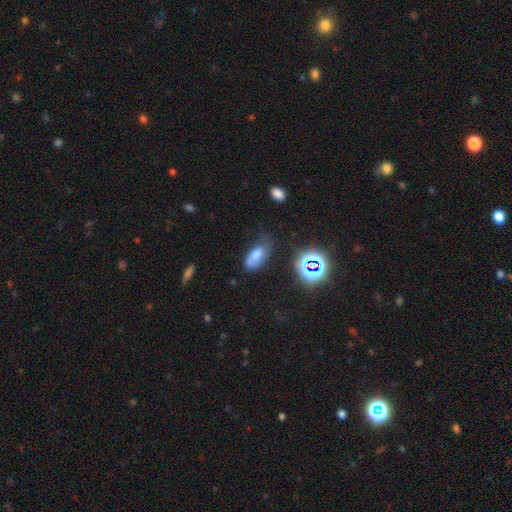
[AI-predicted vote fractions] This is likely a smooth galaxy (67%). How rounded: clearly in between (89%). Merging: possibly none (45%).